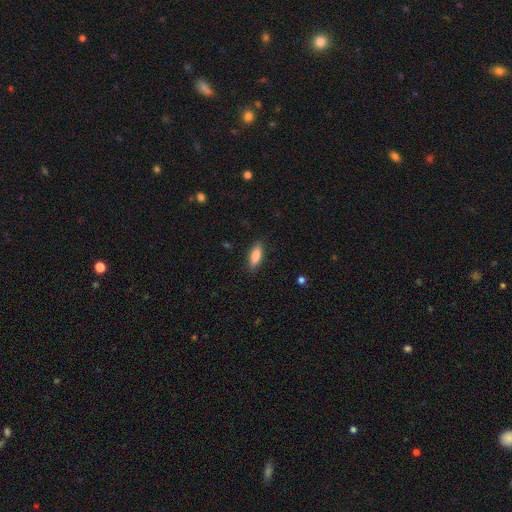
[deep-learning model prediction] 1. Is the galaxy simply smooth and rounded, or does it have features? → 84% smooth, 9% featured or disk, 6% star or artifact.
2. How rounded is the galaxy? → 65% in between, 33% cigar-shaped, 2% round.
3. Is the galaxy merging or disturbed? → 87% none, 10% minor disturbance, 2% major disturbance, 1% merger.